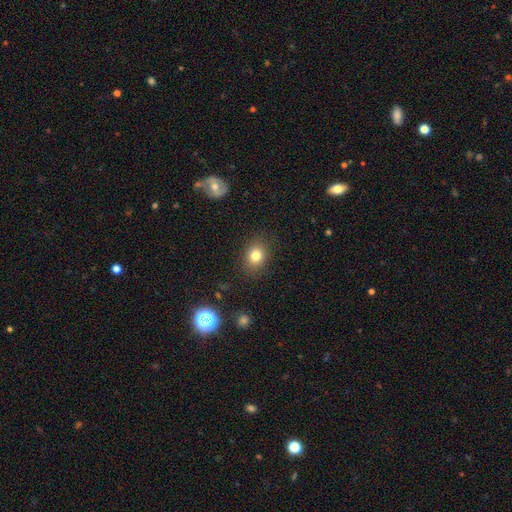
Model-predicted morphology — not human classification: smooth_or_featured: smooth (p=0.79) [alt: star or artifact p=0.12]
how_rounded: round (p=0.51) [alt: in between p=0.48]
merging: none (p=0.85) [alt: minor disturbance p=0.10]